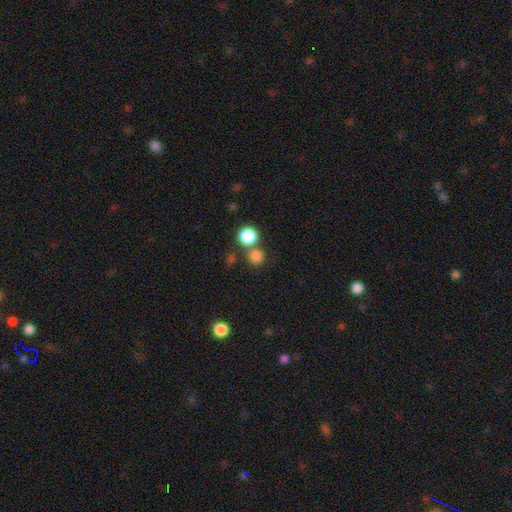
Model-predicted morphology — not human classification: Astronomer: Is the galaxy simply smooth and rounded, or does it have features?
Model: smooth — 82%.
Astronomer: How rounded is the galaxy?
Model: round — 91%.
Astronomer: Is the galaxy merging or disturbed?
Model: none — 61%.